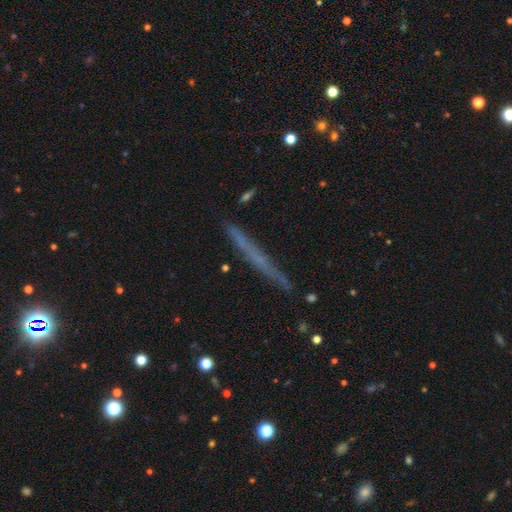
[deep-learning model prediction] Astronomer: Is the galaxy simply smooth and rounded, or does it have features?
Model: featured or disk — 46% (runner-up: smooth, 41%).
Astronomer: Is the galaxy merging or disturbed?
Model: none — 85%.